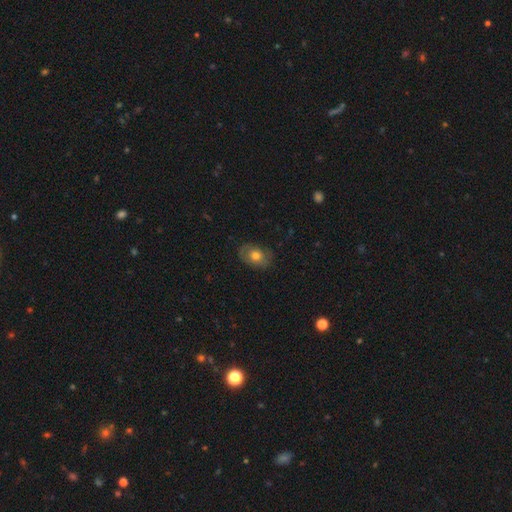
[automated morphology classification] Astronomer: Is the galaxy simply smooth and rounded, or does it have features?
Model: smooth — 65%.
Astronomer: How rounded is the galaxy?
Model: in between — 75%.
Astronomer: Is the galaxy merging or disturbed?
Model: none — 76%.